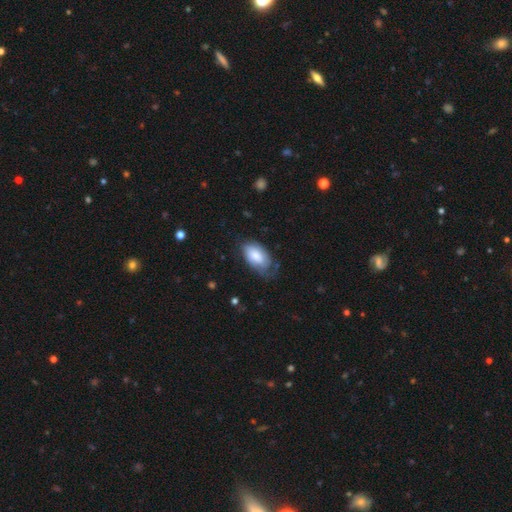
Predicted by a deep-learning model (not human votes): A smooth galaxy with no disk features (69%) that is in between round and cigar-shaped (94%).

Vote fractions:
- Smooth or featured? smooth: 69% / featured or disk: 25% / star or artifact: 6%
- How rounded? in between: 94% / round: 4% / cigar-shaped: 2%
- Merging? none: 49% / minor disturbance: 34% / major disturbance: 16% / merger: 2%